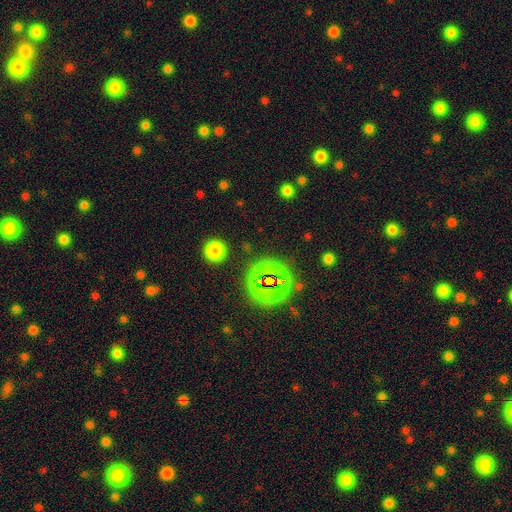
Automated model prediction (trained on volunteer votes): smooth_or_featured: star or artifact (p=0.74) [alt: smooth p=0.17]